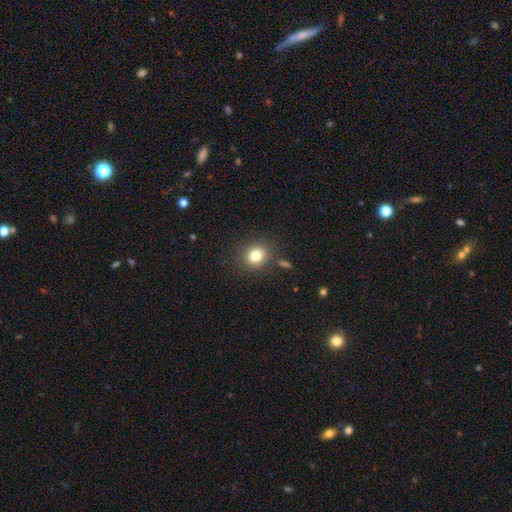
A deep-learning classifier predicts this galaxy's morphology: This appears to be a smooth galaxy with no disk features (80%) that is round (82%). Merging: none (84%).